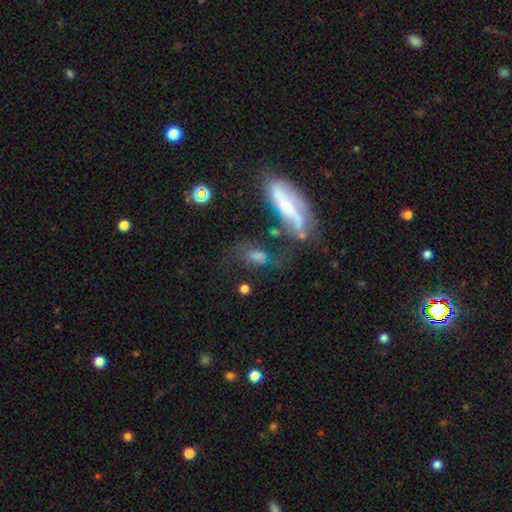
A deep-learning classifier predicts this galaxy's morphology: This is possibly a smooth galaxy (46%). Merging: marginally none (43%).